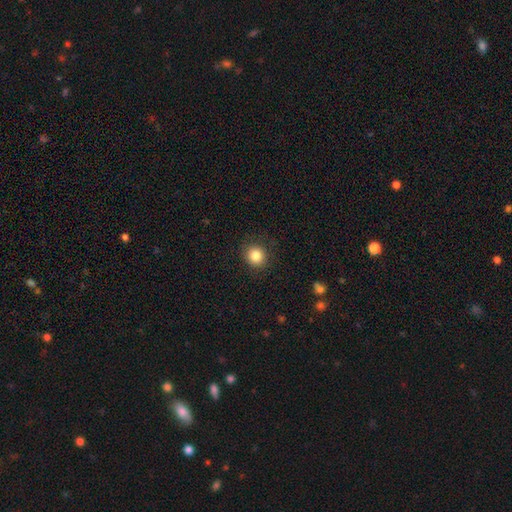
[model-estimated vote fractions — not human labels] Smooth or featured?
  - smooth: 85% *
  - star or artifact: 10%
  - featured or disk: 5%
How rounded?
  - round: 86% *
  - in between: 13%
  - cigar-shaped: 1%
Merging?
  - none: 89% *
  - minor disturbance: 8%
  - major disturbance: 3%
  - merger: 1%